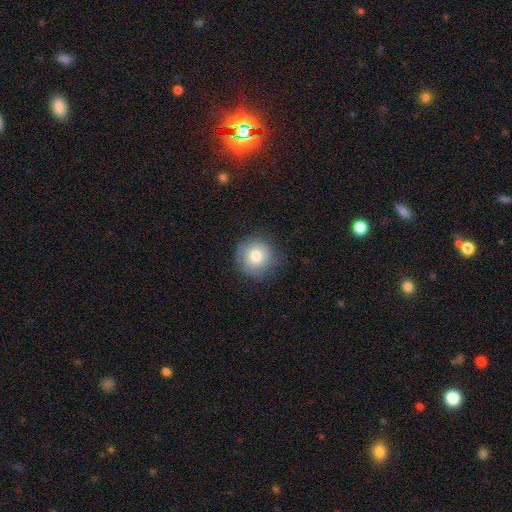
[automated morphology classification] Smooth or featured: smooth — 76% (featured or disk — 15%)
How rounded: round — 92% (in between — 7%)
Merging: none — 73% (minor disturbance — 20%)